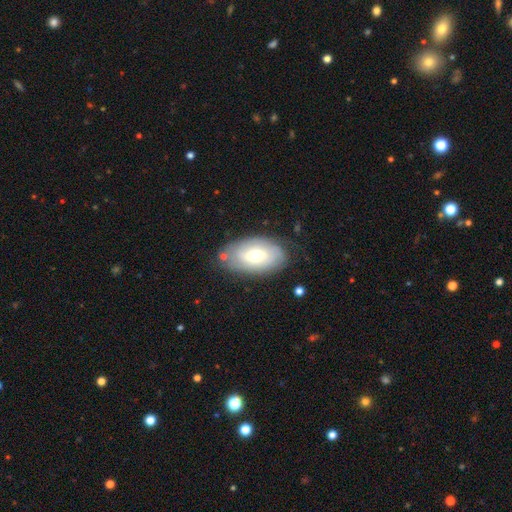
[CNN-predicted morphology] This appears to be a smooth galaxy with no disk features (48%). Merging: none (76%).